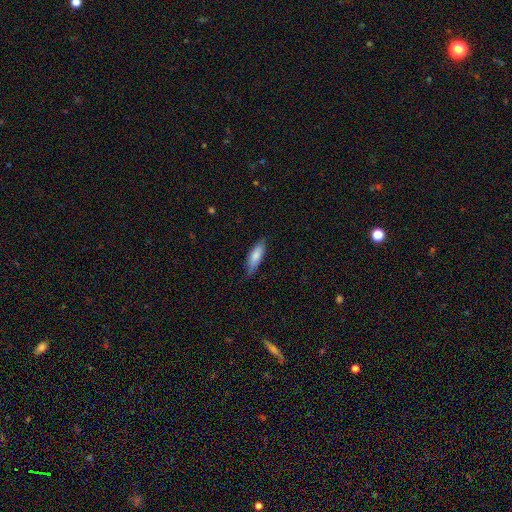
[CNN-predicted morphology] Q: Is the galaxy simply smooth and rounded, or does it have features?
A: smooth — 77%.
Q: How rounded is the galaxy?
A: in between — 52%.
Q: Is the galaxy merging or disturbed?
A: none — 77%.